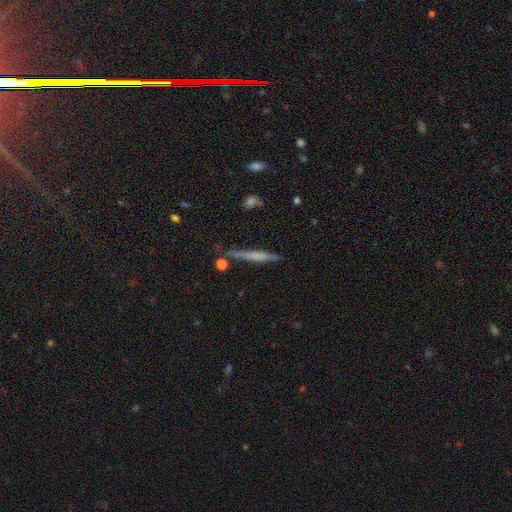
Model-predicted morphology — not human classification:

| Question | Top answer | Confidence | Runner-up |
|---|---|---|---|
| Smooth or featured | featured or disk | 51% | smooth (42%) |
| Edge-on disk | yes | 97% | no (3%) |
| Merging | none | 83% | minor disturbance (11%) |